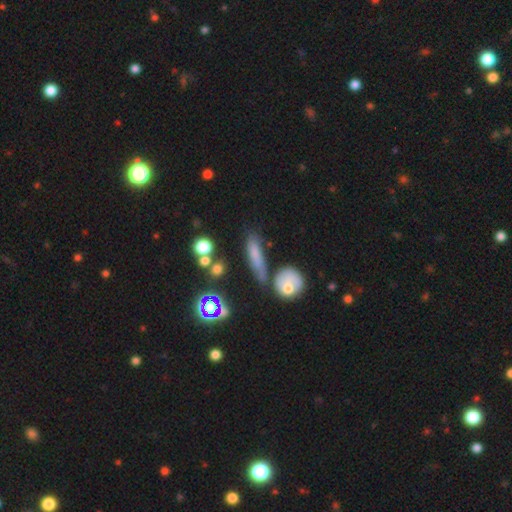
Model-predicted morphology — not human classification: Overall: smooth (65%). How rounded: cigar-shaped (65%; in between 27%). Merging: none (60%; minor disturbance 20%).